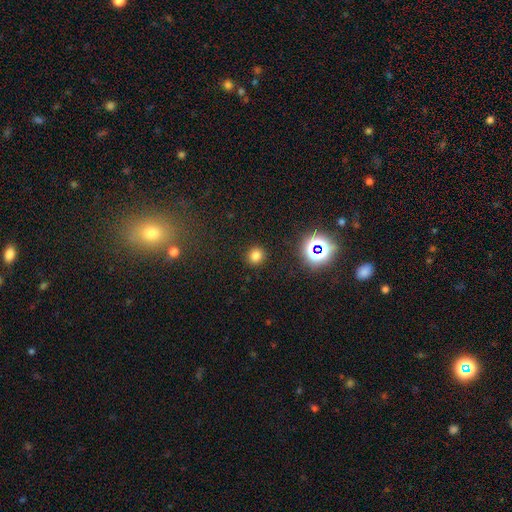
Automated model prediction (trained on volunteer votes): Smooth or featured? Predicted: smooth (p=0.75). How rounded? Predicted: round (p=0.88). Merging? Predicted: none (p=0.90).